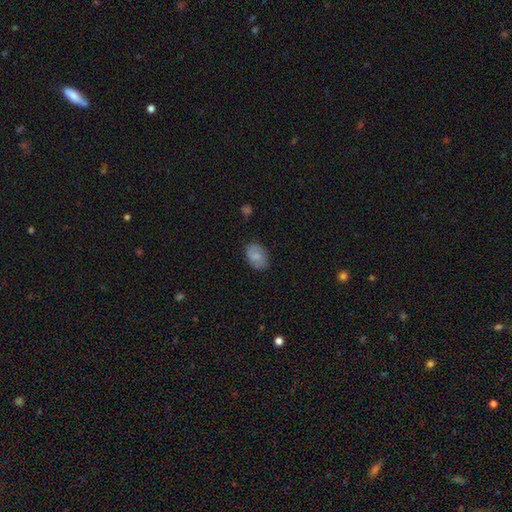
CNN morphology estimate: Smooth or featured?
  - smooth: 76% *
  - featured or disk: 17%
  - star or artifact: 8%
How rounded?
  - in between: 83% *
  - round: 16%
  - cigar-shaped: 1%
Merging?
  - none: 80% *
  - minor disturbance: 15%
  - major disturbance: 3%
  - merger: 1%